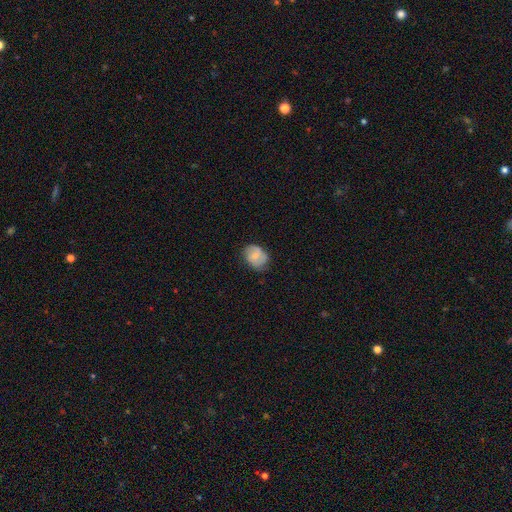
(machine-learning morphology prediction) Smooth or featured? Predicted: smooth (p=0.56). How rounded? Predicted: in between (p=0.56). Merging? Predicted: none (p=0.67).